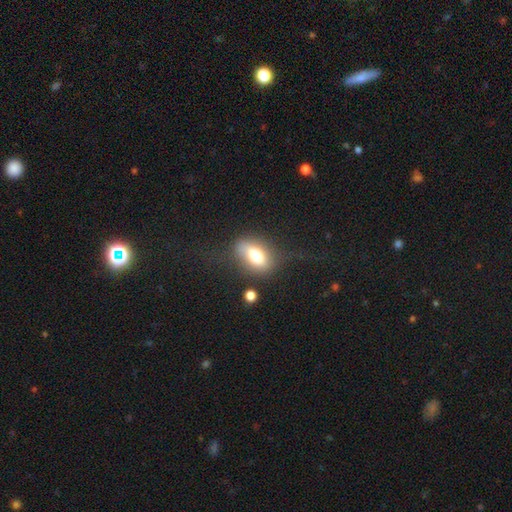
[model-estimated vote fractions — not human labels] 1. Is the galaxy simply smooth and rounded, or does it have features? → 69% smooth, 23% featured or disk, 9% star or artifact.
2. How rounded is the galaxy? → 83% in between, 11% round, 6% cigar-shaped.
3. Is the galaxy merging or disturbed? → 61% none, 20% minor disturbance, 14% major disturbance, 4% merger.